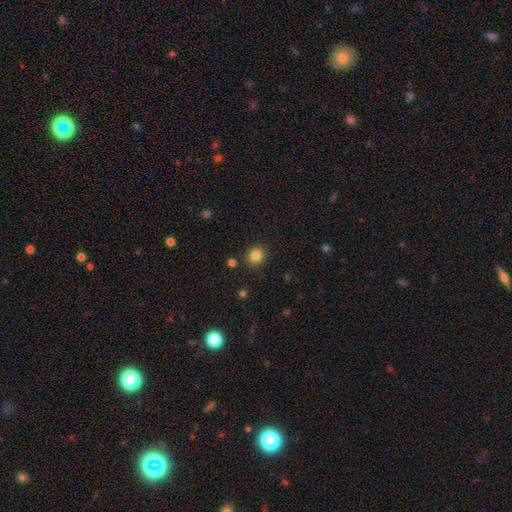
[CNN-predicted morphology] type=smooth (83%); roundness=round (88%); merging=none (90%).